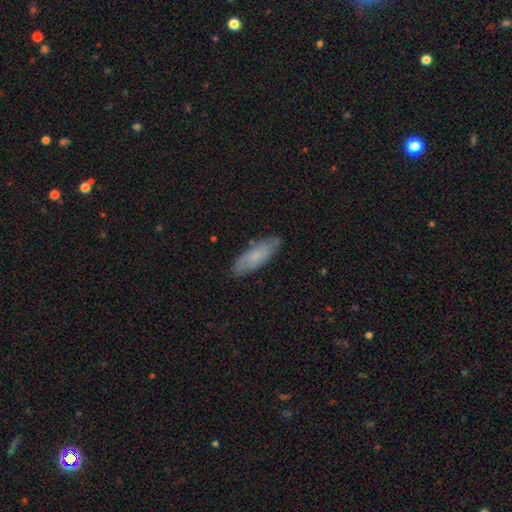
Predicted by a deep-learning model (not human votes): Smooth or featured: smooth — 65% (featured or disk — 29%)
How rounded: in between — 56% (cigar-shaped — 43%)
Merging: none — 84% (minor disturbance — 13%)